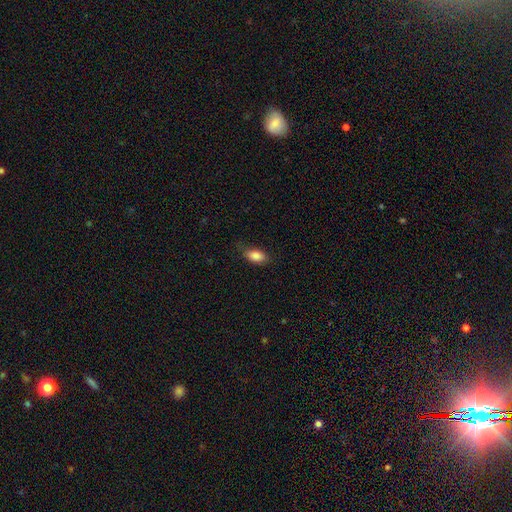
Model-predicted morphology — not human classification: Smooth or featured? smooth (86%)
How rounded? in between (90%)
Merging? none (72%)